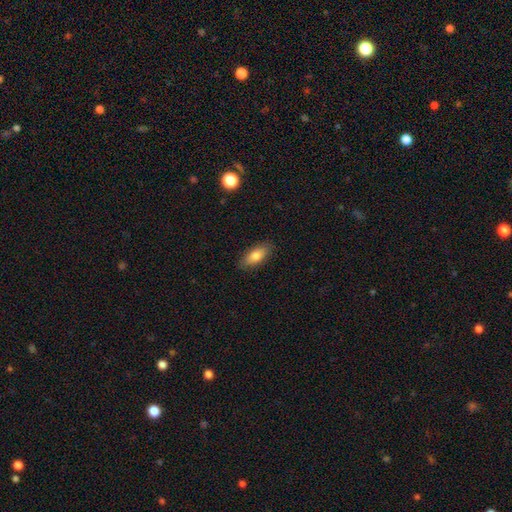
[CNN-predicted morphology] A smooth galaxy with no disk features (79%) that is in between round and cigar-shaped (79%). Merging: none (86%).